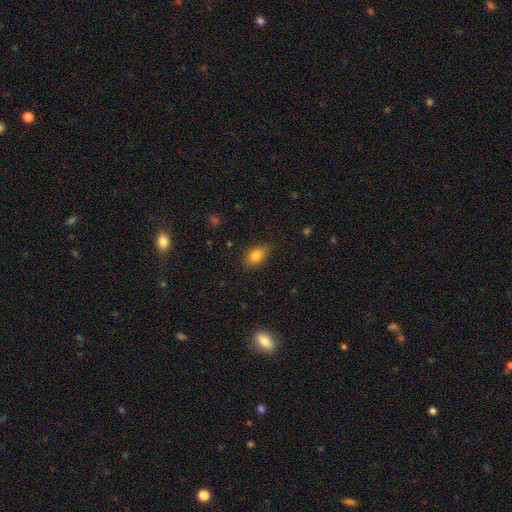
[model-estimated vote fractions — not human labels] A smooth galaxy with no disk features (82%) that is in between round and cigar-shaped (82%). Merging: none (84%).